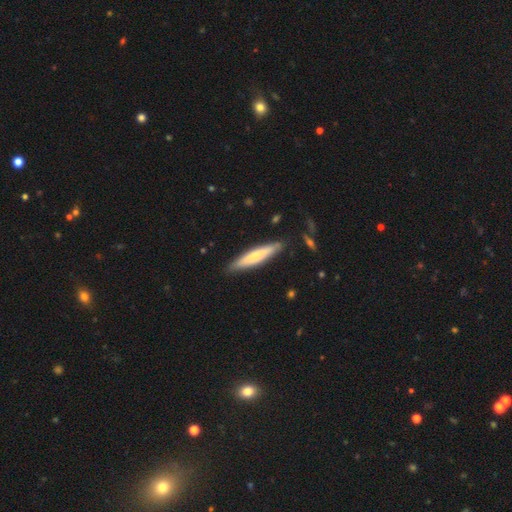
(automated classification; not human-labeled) Q: Smooth or featured?
A: smooth (61%); runner-up: featured or disk (33%)
Q: How rounded?
A: cigar-shaped (89%); runner-up: in between (10%)
Q: Merging?
A: none (86%); runner-up: minor disturbance (11%)